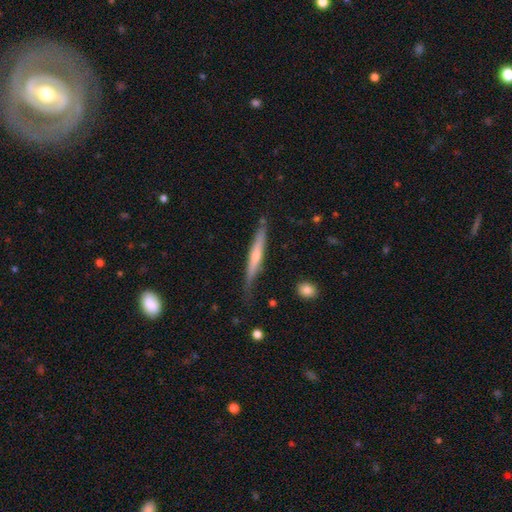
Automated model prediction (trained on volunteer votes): Smooth or featured?
  - featured or disk: 68% *
  - smooth: 25%
  - star or artifact: 7%
Edge-on disk?
  - yes: 96% *
  - no: 4%
Edge-on bulge?
  - rounded: 67% *
  - none: 25%
  - boxy: 8%
Merging?
  - none: 84% *
  - minor disturbance: 12%
  - major disturbance: 2%
  - merger: 2%